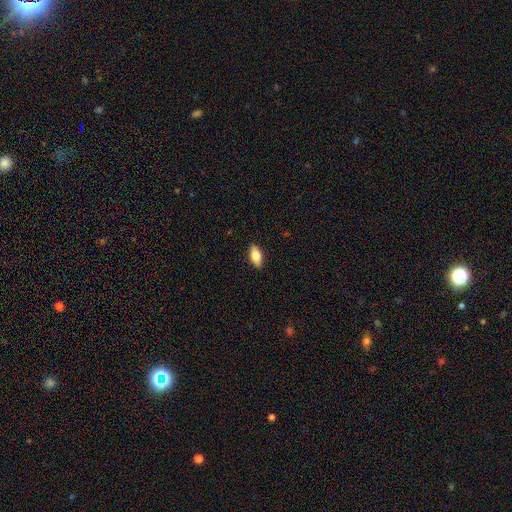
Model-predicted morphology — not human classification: This appears to be a smooth galaxy with no disk features (75%) that is in between round and cigar-shaped (87%). Merging: none (89%).